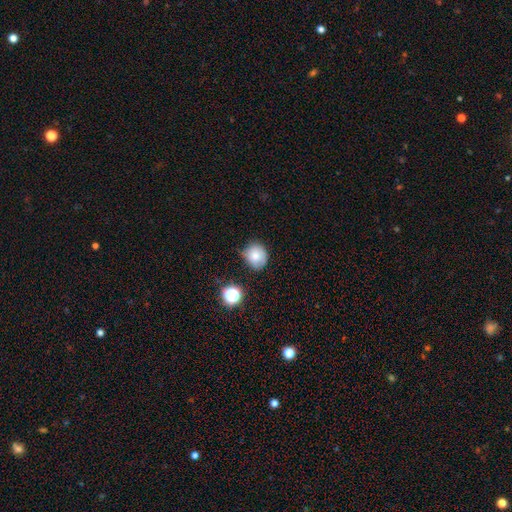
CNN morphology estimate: Smooth or featured? Predicted: smooth (p=0.78). How rounded? Predicted: round (p=0.81). Merging? Predicted: none (p=0.68).